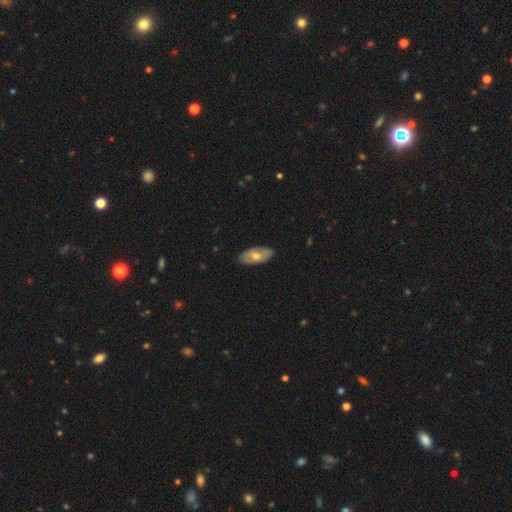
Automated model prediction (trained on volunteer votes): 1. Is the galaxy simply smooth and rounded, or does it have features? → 55% smooth, 40% featured or disk, 5% star or artifact.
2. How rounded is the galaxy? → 91% in between, 5% cigar-shaped, 3% round.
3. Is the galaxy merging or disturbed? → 85% none, 12% minor disturbance, 2% major disturbance, 1% merger.